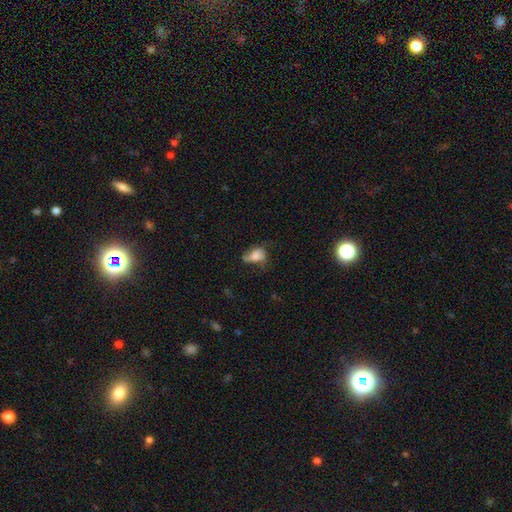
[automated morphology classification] smooth-or-featured: smooth: 63% | featured or disk: 27% | star or artifact: 10%
  how-rounded: in between: 78% | round: 19% | cigar-shaped: 2%
  merging: none: 34% | minor disturbance: 31% | major disturbance: 29% | merger: 6%